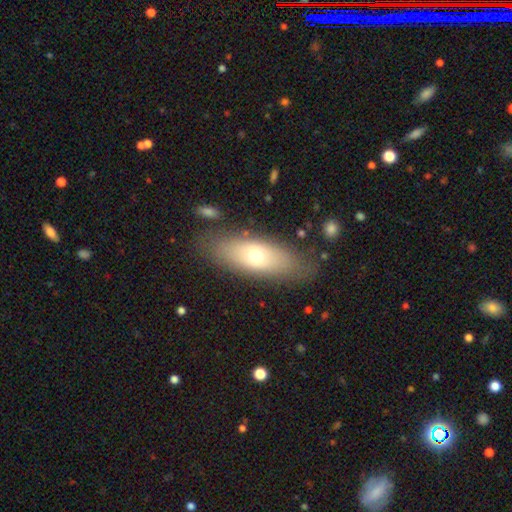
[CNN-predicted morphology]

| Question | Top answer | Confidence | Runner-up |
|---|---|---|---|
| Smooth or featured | smooth | 60% | featured or disk (32%) |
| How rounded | in between | 71% | cigar-shaped (25%) |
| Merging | none | 78% | minor disturbance (14%) |